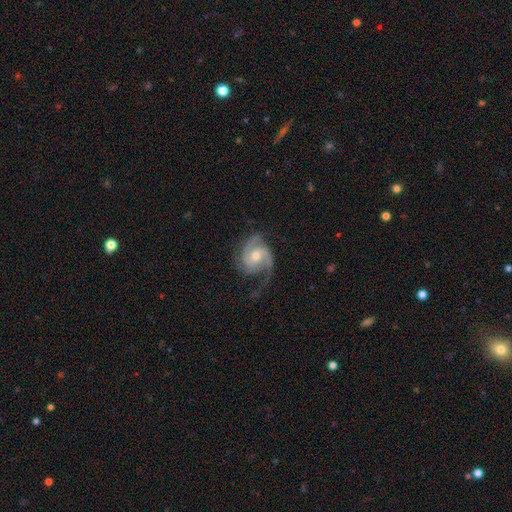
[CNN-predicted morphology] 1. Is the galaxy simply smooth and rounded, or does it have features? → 89% featured or disk, 6% smooth, 4% star or artifact.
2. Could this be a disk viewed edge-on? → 98% no, 2% yes.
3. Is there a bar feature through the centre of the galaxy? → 55% no, 37% weak, 8% strong.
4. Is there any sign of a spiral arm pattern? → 98% yes, 2% no.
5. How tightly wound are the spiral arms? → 49% medium, 35% tight, 16% loose.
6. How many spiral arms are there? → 62% 2, 21% 3, 6% can't tell, 5% 1, 3% 4, 2% more than 4.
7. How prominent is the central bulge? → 64% moderate, 28% small, 5% large, 2% none, 1% dominant.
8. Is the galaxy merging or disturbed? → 59% none, 22% minor disturbance, 17% major disturbance, 2% merger.